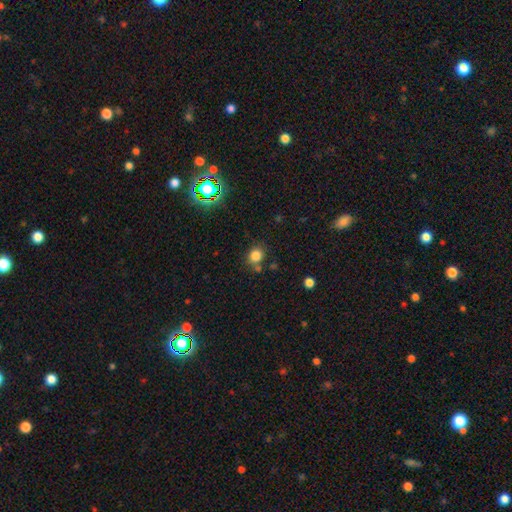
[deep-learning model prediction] Overall: smooth (81%). How rounded: round (79%). Merging: none (73%).